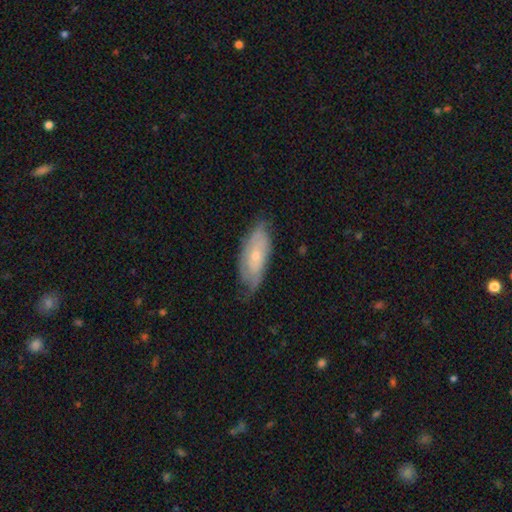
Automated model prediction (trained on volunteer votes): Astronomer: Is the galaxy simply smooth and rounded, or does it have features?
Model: featured or disk — 54% (runner-up: smooth, 40%).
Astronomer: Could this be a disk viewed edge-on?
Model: no — 85%.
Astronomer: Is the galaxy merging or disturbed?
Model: none — 63%.